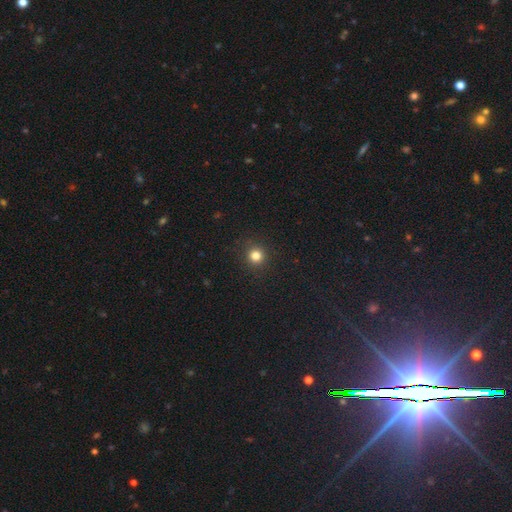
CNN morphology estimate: smooth_or_featured: smooth (p=0.81) [alt: star or artifact p=0.14]
how_rounded: round (p=0.93) [alt: in between p=0.06]
merging: none (p=0.91) [alt: minor disturbance p=0.06]